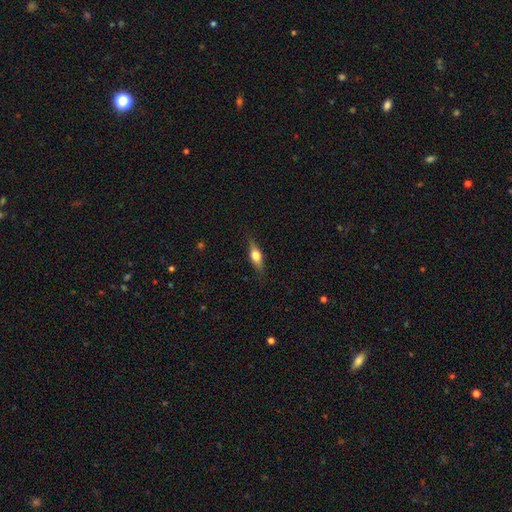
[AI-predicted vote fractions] Overall: smooth (51%; featured or disk 42%). How rounded: in between (53%; cigar-shaped 42%). Merging: none (82%).